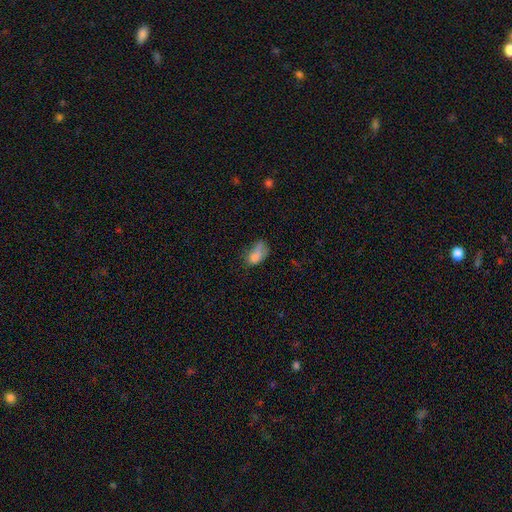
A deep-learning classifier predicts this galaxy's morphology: smooth_or_featured: smooth (p=0.74) [alt: featured or disk p=0.16]
how_rounded: in between (p=0.88) [alt: round p=0.09]
merging: minor disturbance (p=0.32) [alt: none p=0.30]